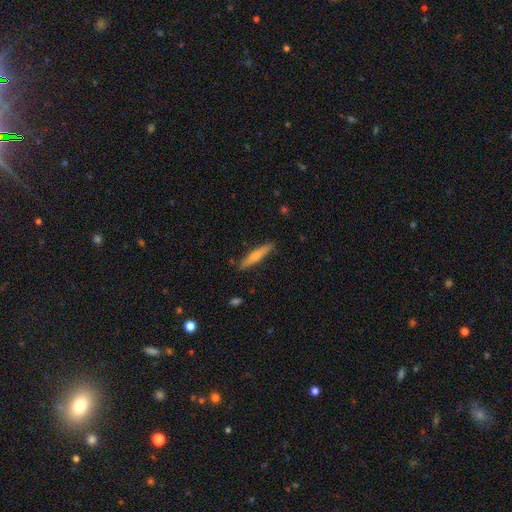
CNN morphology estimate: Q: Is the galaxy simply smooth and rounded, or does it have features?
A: smooth — 65%.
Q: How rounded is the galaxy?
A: cigar-shaped — 90%.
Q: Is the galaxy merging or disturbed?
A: none — 87%.